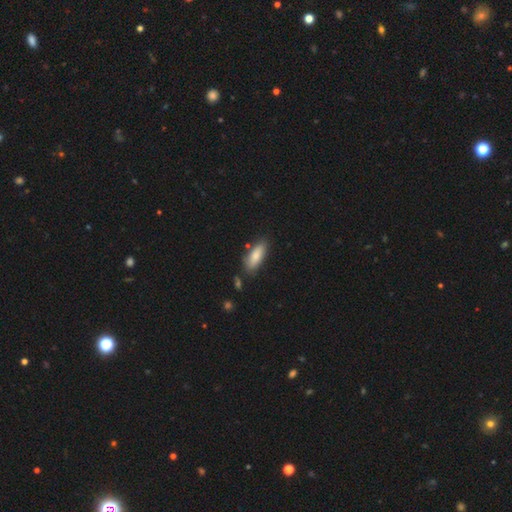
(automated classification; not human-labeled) A smooth galaxy with no disk features (84%) that is in between round and cigar-shaped (71%).

Vote fractions:
- Smooth or featured? smooth: 84% / featured or disk: 10% / star or artifact: 6%
- How rounded? in between: 71% / cigar-shaped: 27% / round: 2%
- Merging? none: 77% / minor disturbance: 16% / merger: 4% / major disturbance: 3%